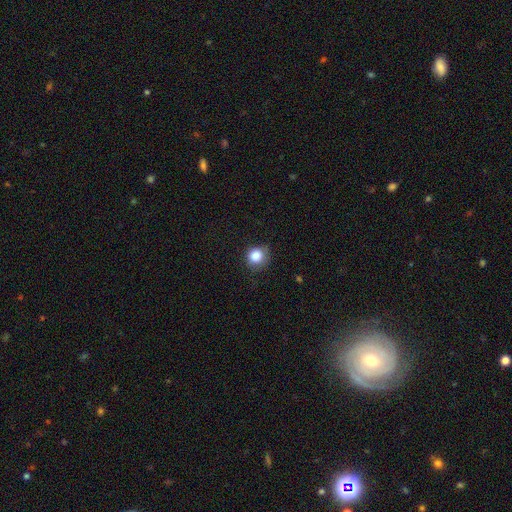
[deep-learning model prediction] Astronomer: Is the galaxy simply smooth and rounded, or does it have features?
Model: smooth — 84%.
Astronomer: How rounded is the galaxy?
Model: round — 84%.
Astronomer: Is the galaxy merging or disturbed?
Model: none — 72%.